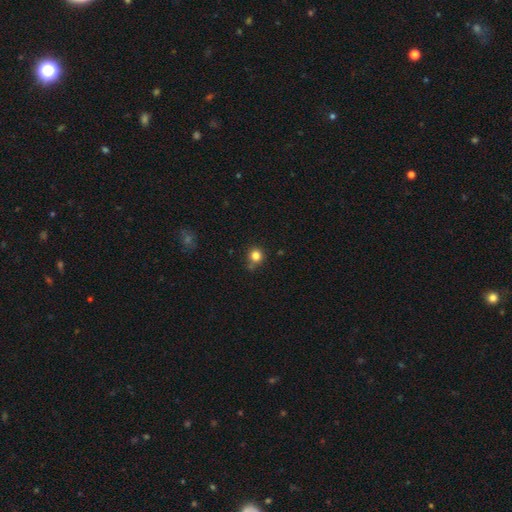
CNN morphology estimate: This is clearly a smooth galaxy (82%). How rounded: clearly round (90%). Merging: likely none (72%).